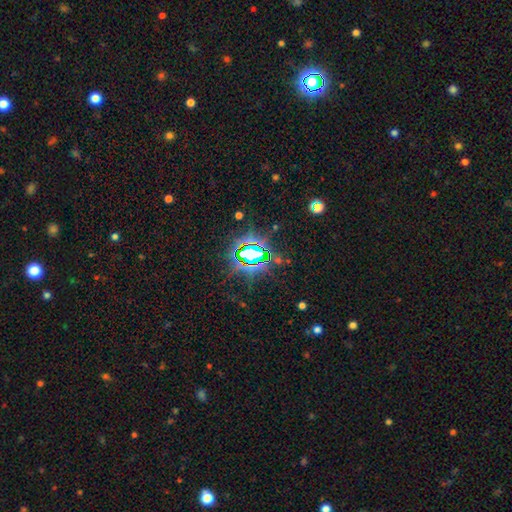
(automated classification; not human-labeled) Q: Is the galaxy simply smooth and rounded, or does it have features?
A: star or artifact — 75%.